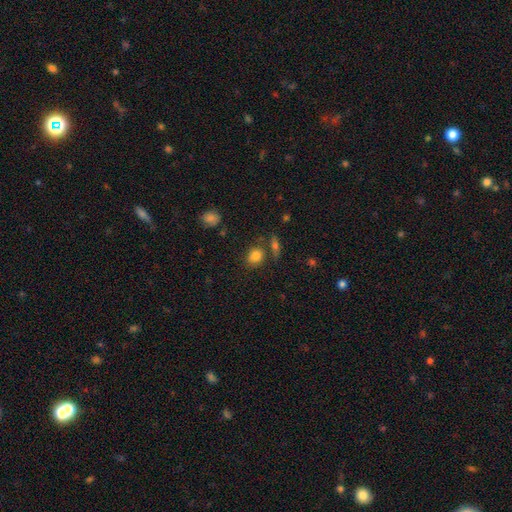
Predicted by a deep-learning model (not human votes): This is clearly a smooth galaxy (82%). How rounded: possibly round (57%). Merging: likely none (73%).